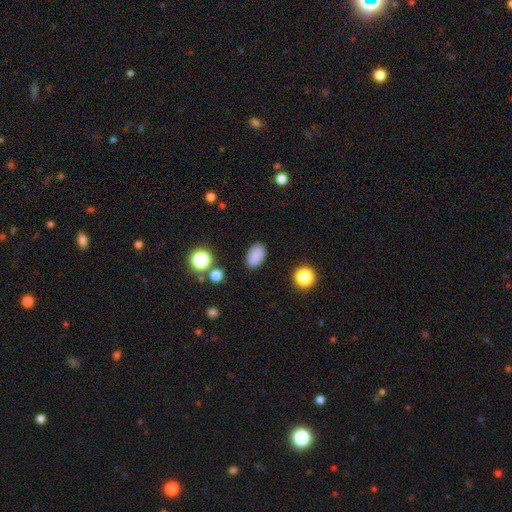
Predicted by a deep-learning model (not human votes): A smooth galaxy with no disk features (86%) that is in between round and cigar-shaped (90%). Merging: none (87%).